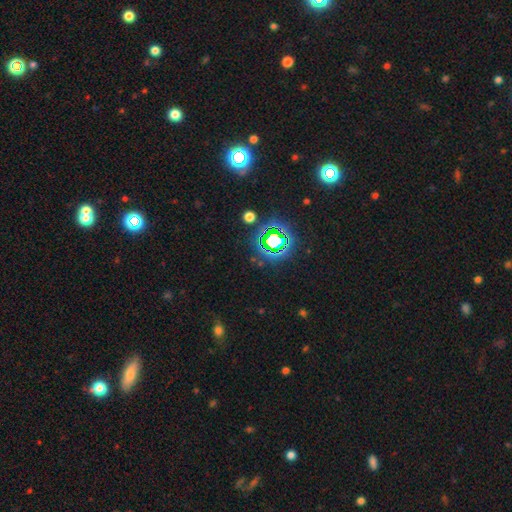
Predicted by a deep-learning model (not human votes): Overall: star or artifact (74%).